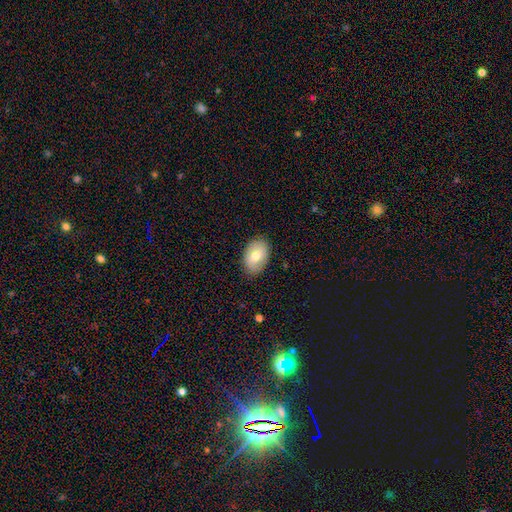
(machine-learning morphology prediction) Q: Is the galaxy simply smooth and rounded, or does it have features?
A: smooth — 70%.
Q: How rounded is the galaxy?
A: in between — 87%.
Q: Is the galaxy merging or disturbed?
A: none — 85%.